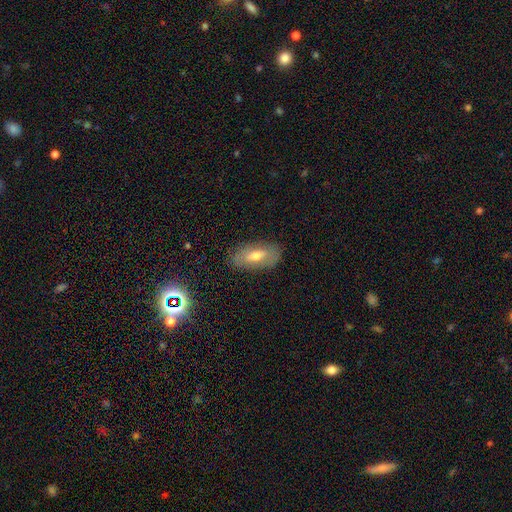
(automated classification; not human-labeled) Q: Smooth or featured?
A: smooth (46%); runner-up: featured or disk (39%)
Q: Merging?
A: none (83%); runner-up: minor disturbance (13%)